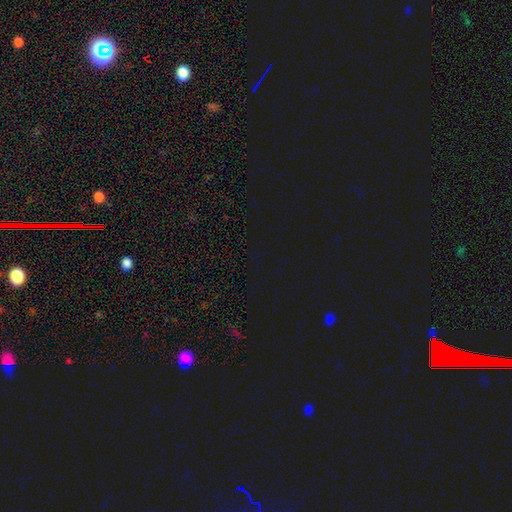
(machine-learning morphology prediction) Q: Smooth or featured?
A: star or artifact (75%); runner-up: smooth (18%)